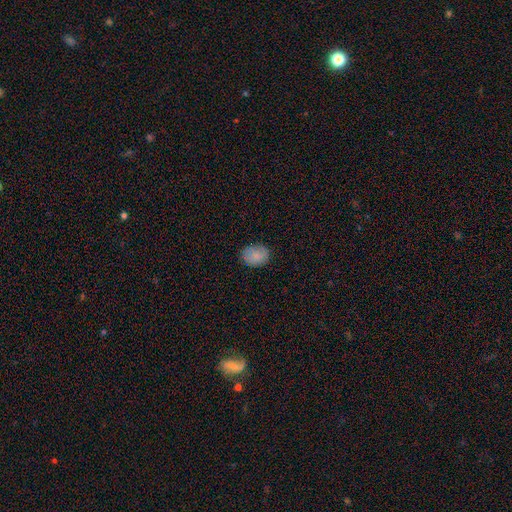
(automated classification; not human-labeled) Smooth or featured? Predicted: smooth (p=0.85). How rounded? Predicted: in between (p=0.59). Merging? Predicted: none (p=0.82).